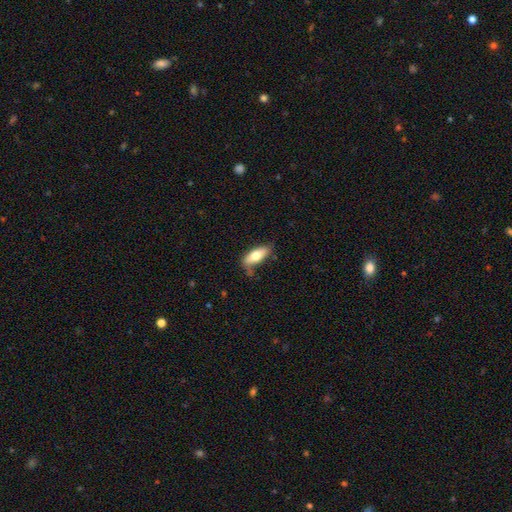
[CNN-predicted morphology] This appears to be a smooth galaxy with no disk features (68%) that is in between round and cigar-shaped (77%). Merging: none (62%).